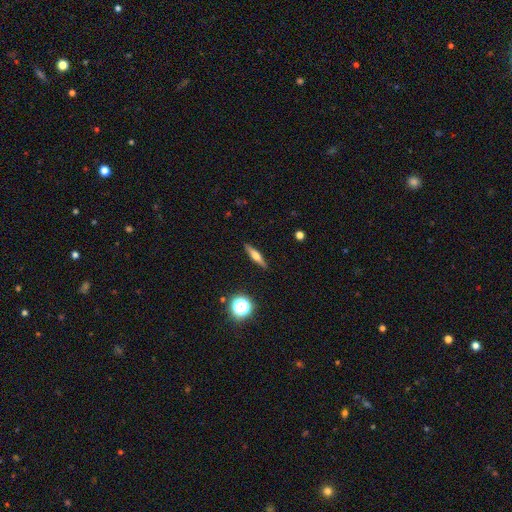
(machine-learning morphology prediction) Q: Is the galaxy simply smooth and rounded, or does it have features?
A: featured or disk — 52%.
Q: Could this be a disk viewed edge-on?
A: yes — 94%.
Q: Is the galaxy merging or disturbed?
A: none — 90%.